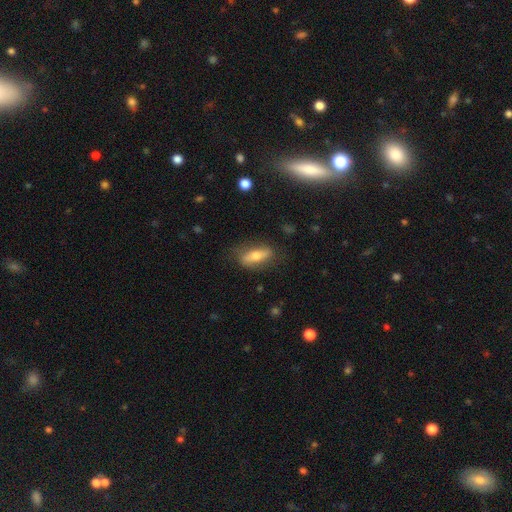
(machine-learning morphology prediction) smooth_or_featured: smooth (p=0.56) [alt: featured or disk p=0.37]
how_rounded: in between (p=0.61) [alt: cigar-shaped p=0.35]
merging: none (p=0.77) [alt: minor disturbance p=0.17]